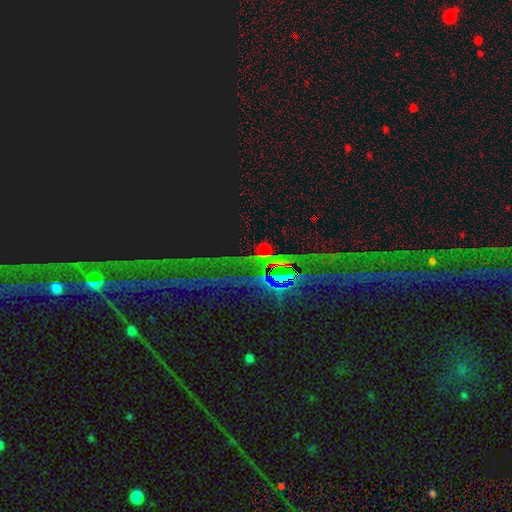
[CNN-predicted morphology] Smooth or featured?
  - star or artifact: 83% *
  - featured or disk: 10%
  - smooth: 7%